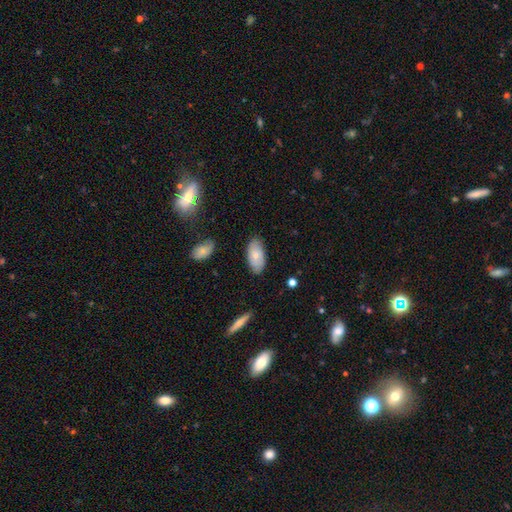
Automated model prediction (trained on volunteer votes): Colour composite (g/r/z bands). It shows a smooth galaxy with no disk features (73%) that is in between round and cigar-shaped (93%). Merging: none (82%).